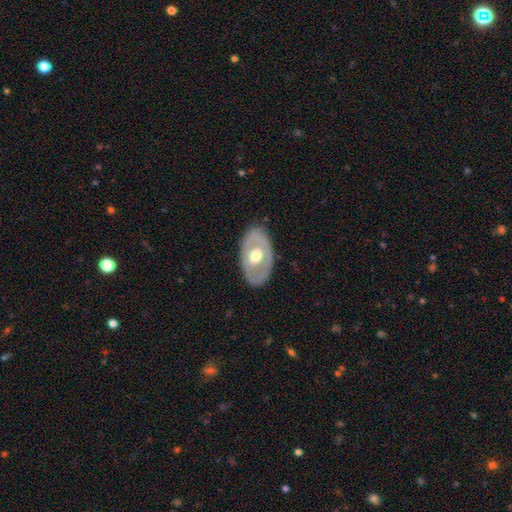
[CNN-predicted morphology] The model was most divided on "smooth or featured": featured or disk: 58%, smooth: 37%, star or artifact: 5%. More confident: edge-on disk — no (87%); spiral arms — no (86%); bar — no (82%); merging — none (82%); bulge size — moderate (69%).